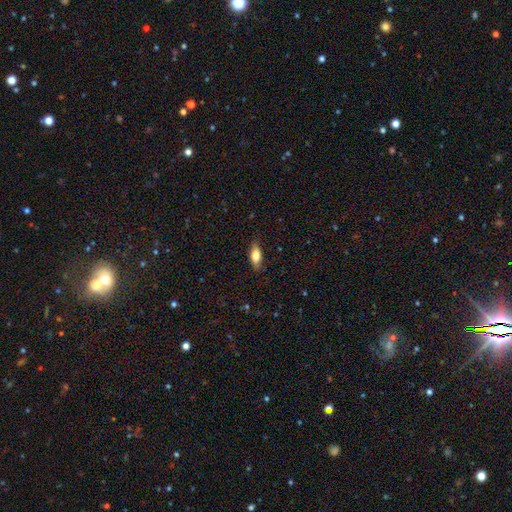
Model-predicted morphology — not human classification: type=smooth (77%); roundness=in between (81%); merging=none (80%).